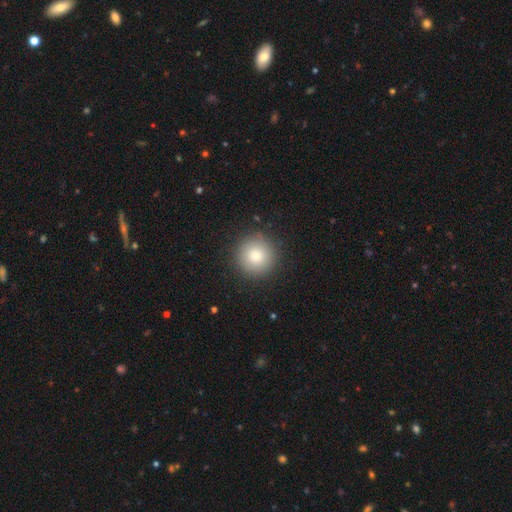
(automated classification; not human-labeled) A smooth galaxy with no disk features (82%) that is round (96%).

Vote fractions:
- Smooth or featured? smooth: 82% / star or artifact: 10% / featured or disk: 9%
- How rounded? round: 96% / in between: 3% / cigar-shaped: 1%
- Merging? none: 90% / minor disturbance: 6% / major disturbance: 2% / merger: 1%